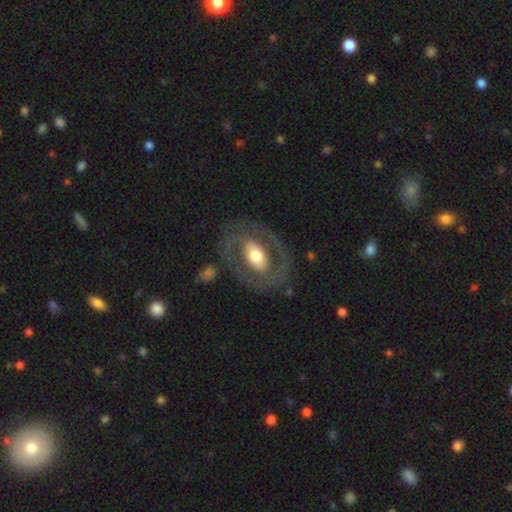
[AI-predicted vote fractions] This appears to be a featured or disk galaxy (66%) with no bar (41%), no spiral arms (60%) and a moderate central bulge (55%). Merging: none (76%).